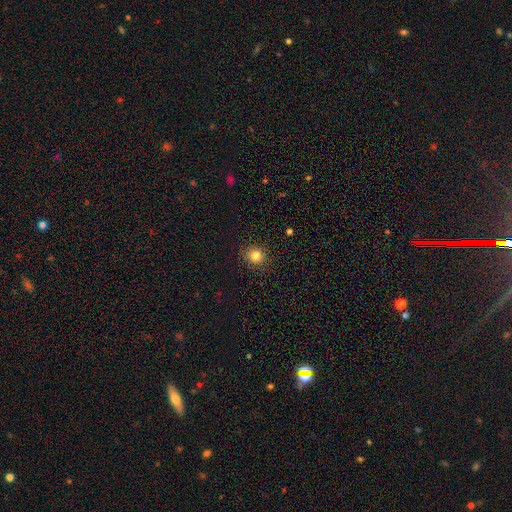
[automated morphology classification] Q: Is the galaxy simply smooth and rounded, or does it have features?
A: smooth — 82%.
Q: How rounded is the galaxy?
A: round — 88%.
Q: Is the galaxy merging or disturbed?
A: none — 89%.